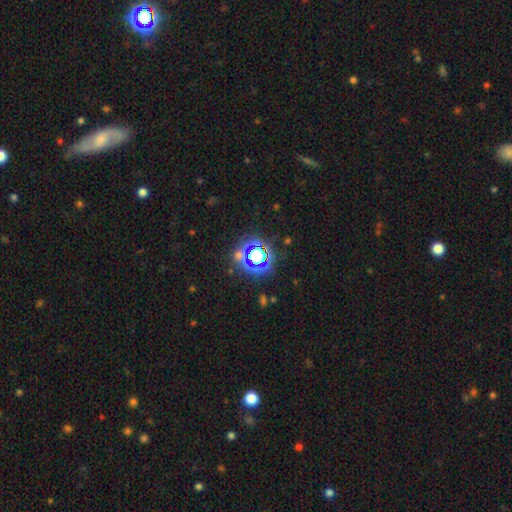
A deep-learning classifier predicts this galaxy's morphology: This is likely a star or artifact rather than a galaxy (66%).